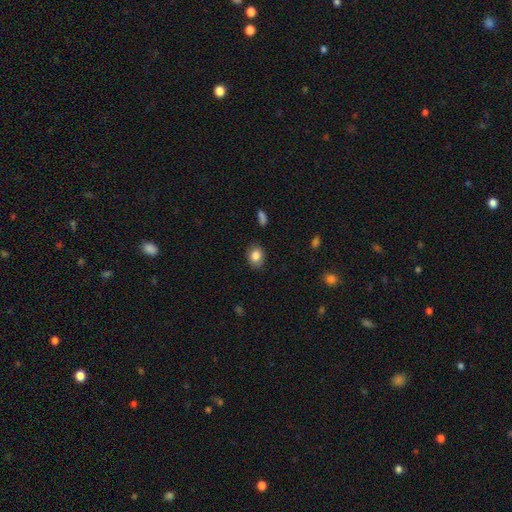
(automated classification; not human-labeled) Q: Smooth or featured?
A: smooth (84%); runner-up: star or artifact (9%)
Q: How rounded?
A: in between (58%); runner-up: round (41%)
Q: Merging?
A: none (82%); runner-up: minor disturbance (14%)